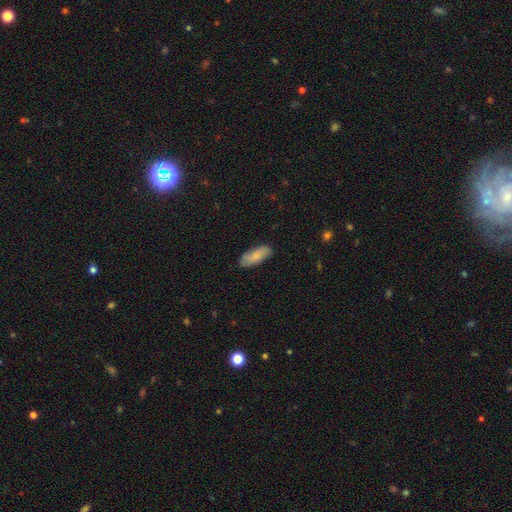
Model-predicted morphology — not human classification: A smooth galaxy with no disk features (78%) that is in between round and cigar-shaped (78%). Merging: none (82%).